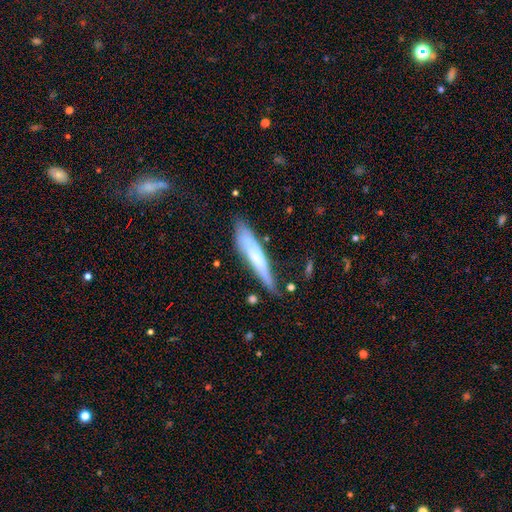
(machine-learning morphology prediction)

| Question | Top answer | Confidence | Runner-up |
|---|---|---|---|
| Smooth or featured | smooth | 54% | featured or disk (39%) |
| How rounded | cigar-shaped | 85% | in between (13%) |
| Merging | none | 58% | minor disturbance (29%) |